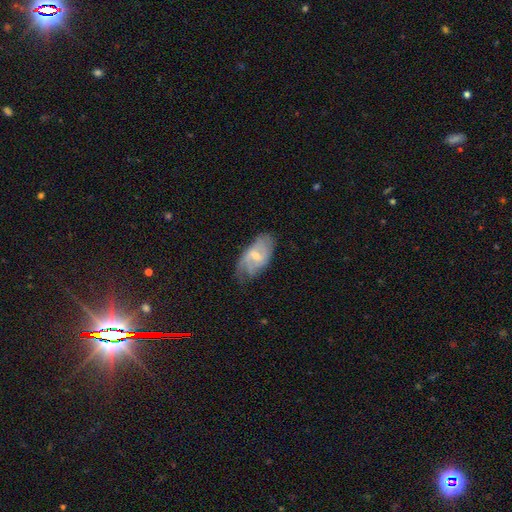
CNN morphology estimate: Smooth or featured?
  - featured or disk: 65% *
  - smooth: 29%
  - star or artifact: 6%
Edge-on disk?
  - no: 94% *
  - yes: 6%
Bar?
  - weak: 57% *
  - no: 27%
  - strong: 16%
Spiral arms?
  - yes: 86% *
  - no: 14%
Spiral winding?
  - medium: 42% *
  - loose: 29%
  - tight: 28%
Spiral arm count?
  - 2: 47% *
  - can't tell: 29%
  - 3: 10%
  - 1: 9%
  - 4: 3%
  - more than 4: 2%
Bulge size?
  - small: 53% *
  - moderate: 41%
  - none: 4%
  - large: 2%
  - dominant: 1%
Merging?
  - none: 57% *
  - minor disturbance: 29%
  - major disturbance: 12%
  - merger: 2%